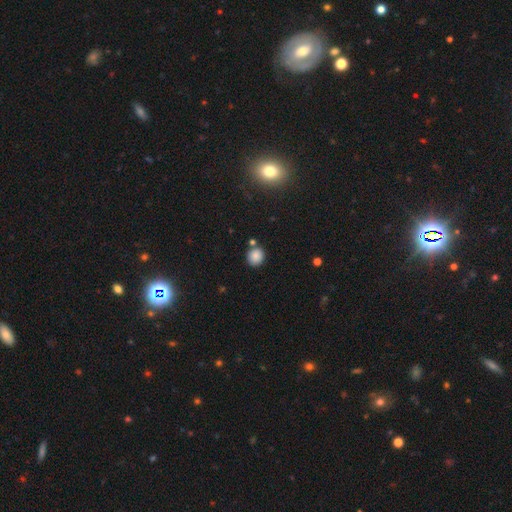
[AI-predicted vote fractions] Smooth or featured? smooth (85%)
How rounded? round (83%)
Merging? none (76%)